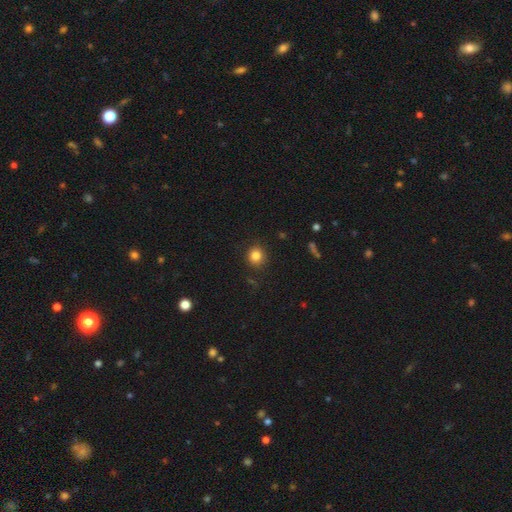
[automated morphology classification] This is clearly a smooth galaxy (83%). How rounded: clearly round (87%). Merging: clearly none (88%).